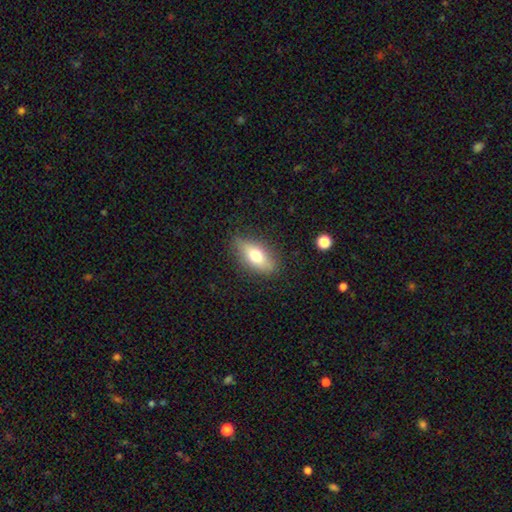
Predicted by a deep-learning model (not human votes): A smooth galaxy with no disk features (64%) that is in between round and cigar-shaped (78%).

Vote fractions:
- Smooth or featured? smooth: 64% / featured or disk: 28% / star or artifact: 8%
- How rounded? in between: 78% / cigar-shaped: 15% / round: 7%
- Merging? none: 81% / minor disturbance: 14% / major disturbance: 3% / merger: 1%